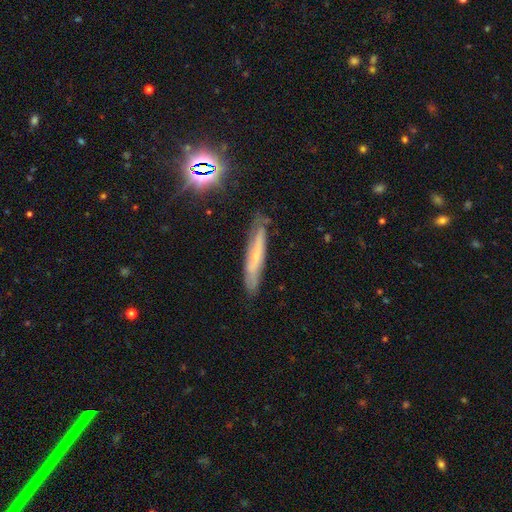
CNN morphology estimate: The model was most divided on "smooth or featured": featured or disk: 49%, smooth: 40%, star or artifact: 10%. More confident: merging — none (76%).